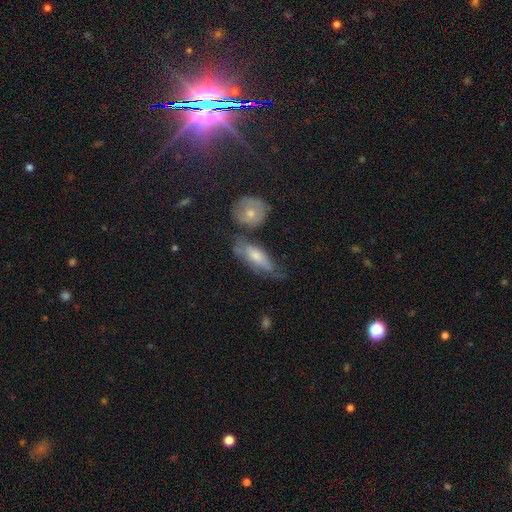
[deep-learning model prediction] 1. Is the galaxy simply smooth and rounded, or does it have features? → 46% smooth, 44% featured or disk, 10% star or artifact.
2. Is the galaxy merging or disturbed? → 44% none, 28% minor disturbance, 14% major disturbance, 14% merger.